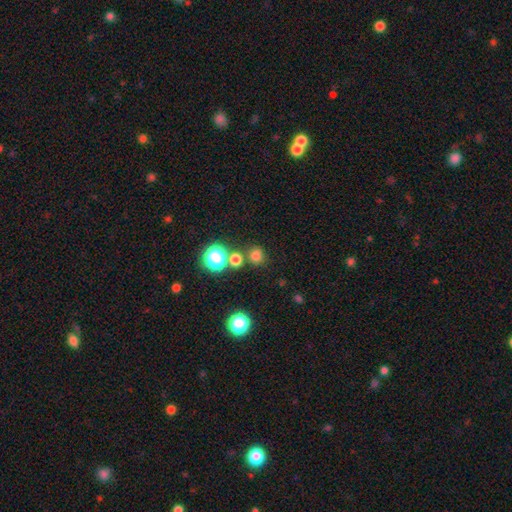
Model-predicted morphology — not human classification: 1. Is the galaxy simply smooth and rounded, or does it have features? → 72% smooth, 22% star or artifact, 5% featured or disk.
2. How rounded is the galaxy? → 87% round, 12% in between, 1% cigar-shaped.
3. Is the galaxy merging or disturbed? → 76% none, 12% merger, 8% minor disturbance, 3% major disturbance.